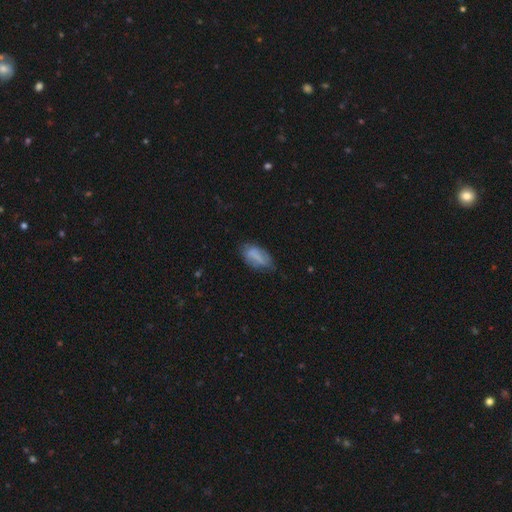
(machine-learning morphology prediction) Overall: smooth (67%). How rounded: in between (89%). Merging: none (53%; minor disturbance 33%).